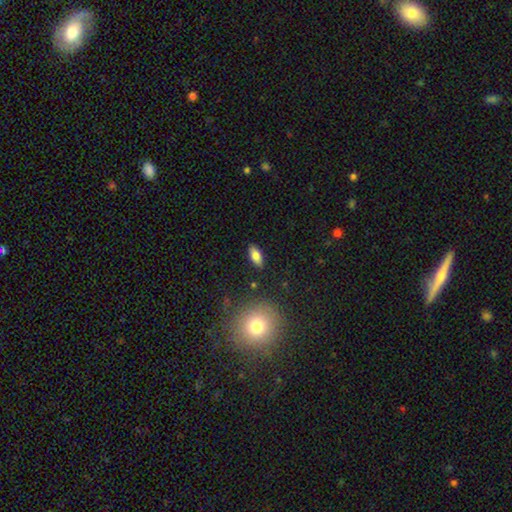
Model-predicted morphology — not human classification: Q: Smooth or featured?
A: smooth (77%); runner-up: featured or disk (15%)
Q: How rounded?
A: in between (84%); runner-up: cigar-shaped (13%)
Q: Merging?
A: none (88%); runner-up: minor disturbance (9%)